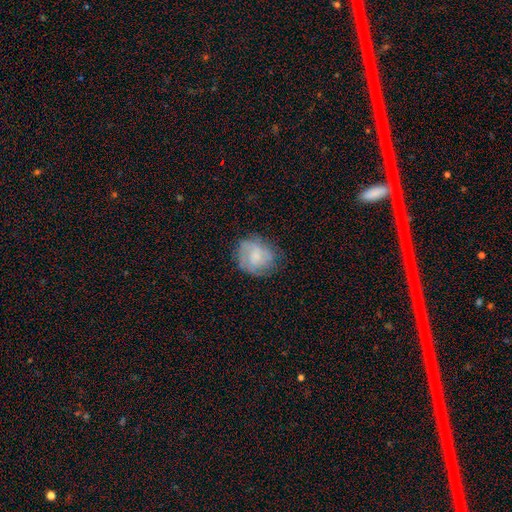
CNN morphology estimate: Smooth or featured? Predicted: smooth (p=0.49). Merging? Predicted: none (p=0.65).